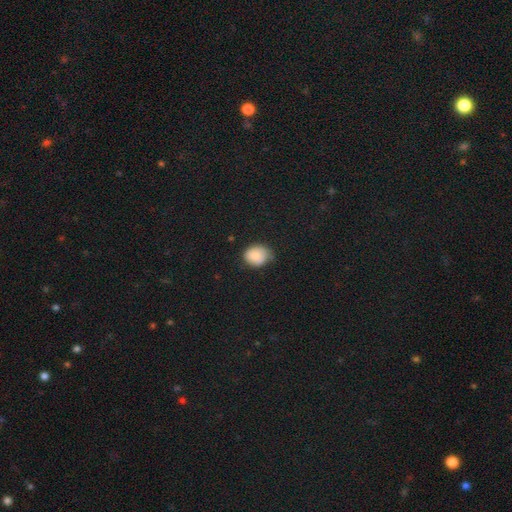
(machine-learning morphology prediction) A smooth galaxy with no disk features (81%) that is round (59%). Merging: none (58%).